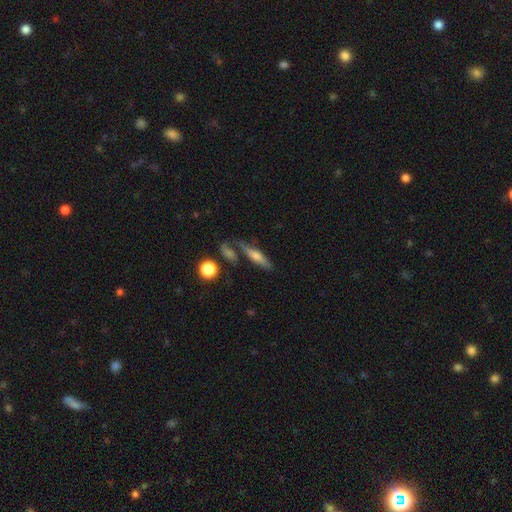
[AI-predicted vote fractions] This appears to be a featured or disk galaxy (50%) viewed edge-on (88%). Merging: none (67%).